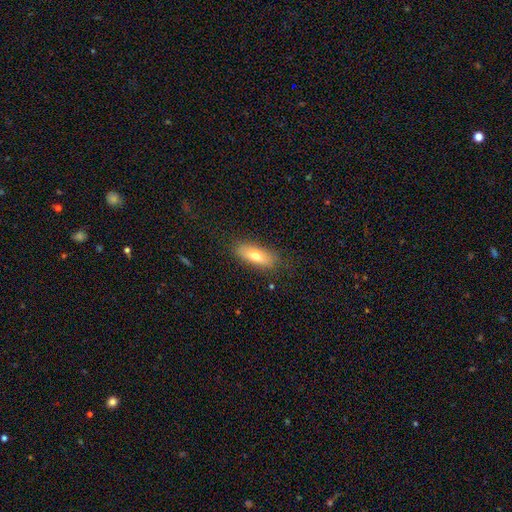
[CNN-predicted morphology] Smooth or featured?
  - smooth: 71% *
  - featured or disk: 22%
  - star or artifact: 7%
How rounded?
  - in between: 73% *
  - cigar-shaped: 24%
  - round: 3%
Merging?
  - none: 81% *
  - minor disturbance: 14%
  - major disturbance: 4%
  - merger: 1%